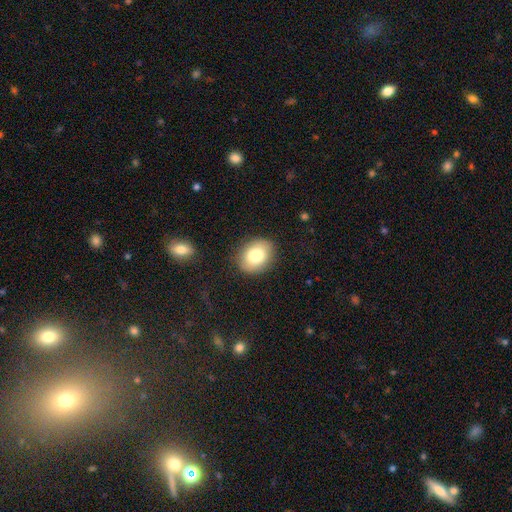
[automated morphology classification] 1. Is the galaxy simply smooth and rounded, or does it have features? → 80% smooth, 12% featured or disk, 9% star or artifact.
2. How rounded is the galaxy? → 54% in between, 45% round, 1% cigar-shaped.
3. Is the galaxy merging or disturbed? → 87% none, 9% minor disturbance, 3% major disturbance, 1% merger.